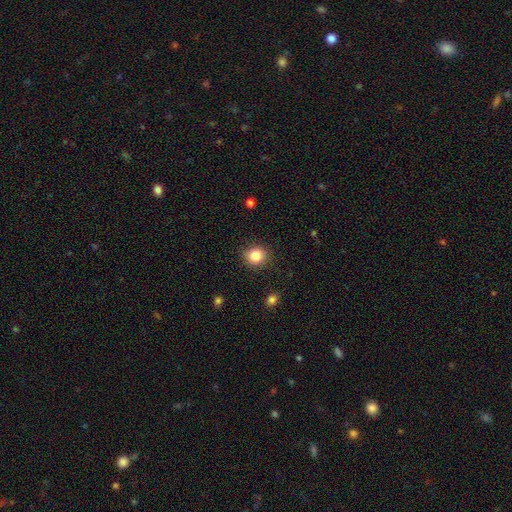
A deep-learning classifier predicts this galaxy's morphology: A smooth galaxy with no disk features (83%) that is round (81%). Merging: none (89%).